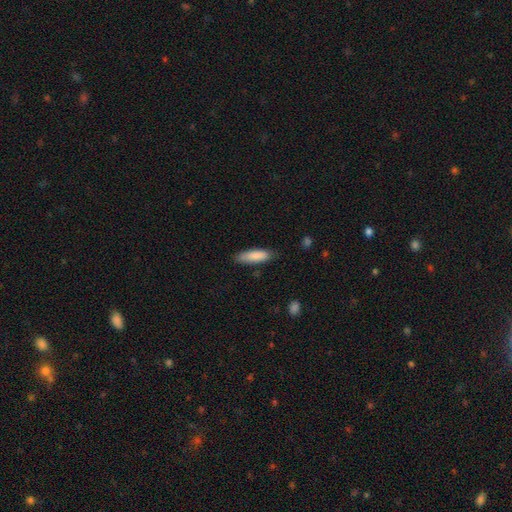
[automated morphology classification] smooth-or-featured: smooth: 86% | featured or disk: 8% | star or artifact: 6%
  how-rounded: cigar-shaped: 57% | in between: 42% | round: 1%
  merging: none: 80% | minor disturbance: 16% | major disturbance: 3% | merger: 1%